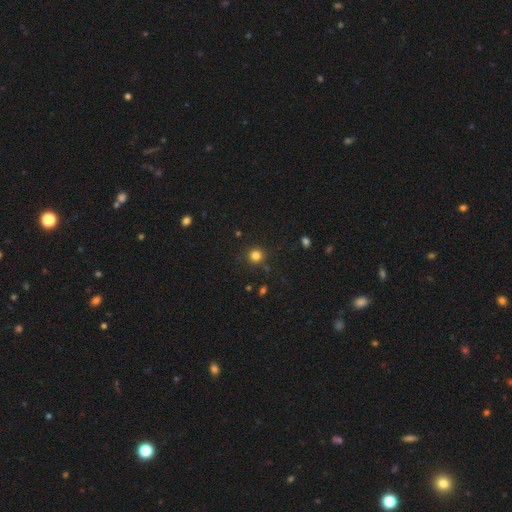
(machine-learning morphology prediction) Smooth or featured?
  - smooth: 81% *
  - star or artifact: 14%
  - featured or disk: 5%
How rounded?
  - round: 93% *
  - in between: 6%
  - cigar-shaped: 1%
Merging?
  - none: 86% *
  - minor disturbance: 8%
  - major disturbance: 3%
  - merger: 2%